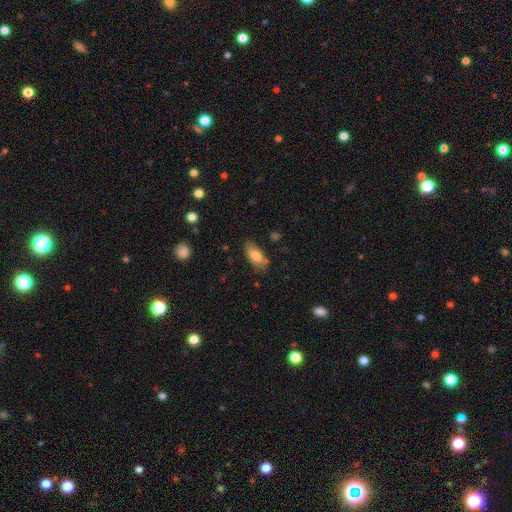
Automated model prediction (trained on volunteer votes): Overall: smooth (83%). How rounded: in between (87%). Merging: none (74%).